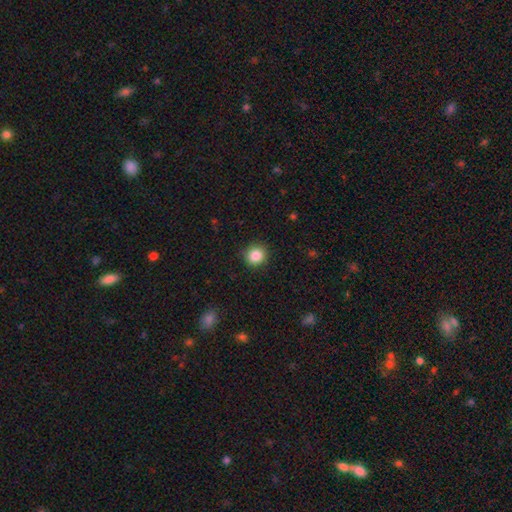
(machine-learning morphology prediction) Smooth or featured? smooth (86%)
How rounded? round (90%)
Merging? none (89%)